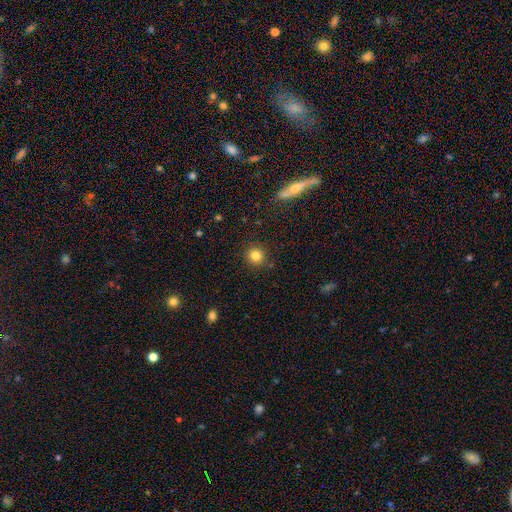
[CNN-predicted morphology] Smooth or featured?
  - smooth: 82% *
  - star or artifact: 12%
  - featured or disk: 6%
How rounded?
  - round: 92% *
  - in between: 7%
  - cigar-shaped: 1%
Merging?
  - none: 90% *
  - minor disturbance: 6%
  - major disturbance: 2%
  - merger: 2%